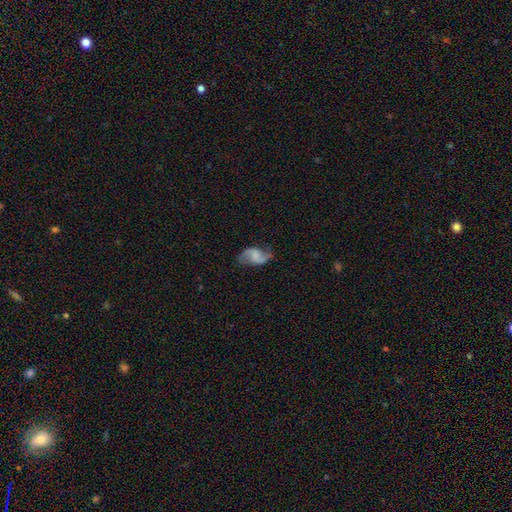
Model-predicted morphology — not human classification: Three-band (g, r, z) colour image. It shows a featured or disk galaxy (78%) with no bar (44%, tied with weak), 2 (93%) loose (66%) spiral arms (95%) and no central bulge (44%). Merging: none (75%).